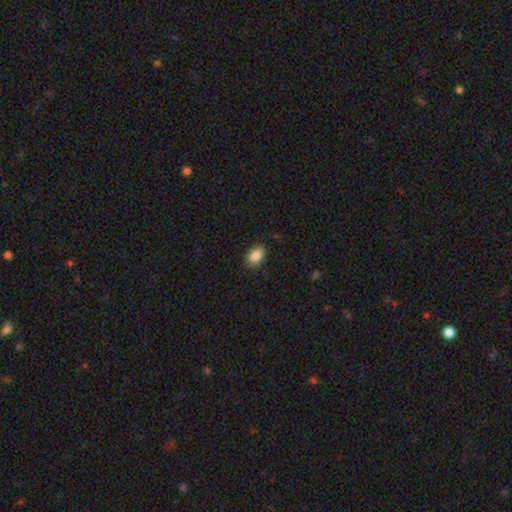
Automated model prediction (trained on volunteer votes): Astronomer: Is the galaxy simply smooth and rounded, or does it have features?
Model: smooth — 87%.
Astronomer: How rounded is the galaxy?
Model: in between — 83%.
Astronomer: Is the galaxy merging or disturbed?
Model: none — 84%.